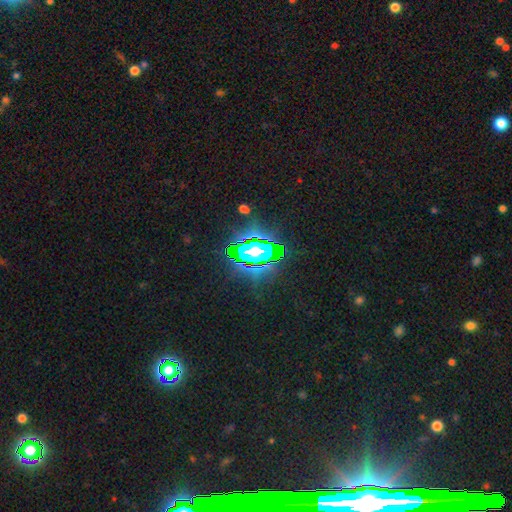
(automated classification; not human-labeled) Q: Smooth or featured?
A: star or artifact (77%); runner-up: smooth (13%)